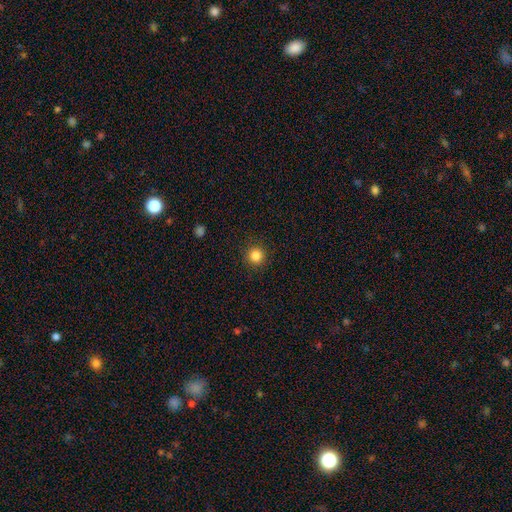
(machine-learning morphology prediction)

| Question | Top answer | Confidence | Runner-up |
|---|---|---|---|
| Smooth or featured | smooth | 85% | star or artifact (11%) |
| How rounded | round | 94% | in between (5%) |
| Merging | none | 91% | minor disturbance (6%) |